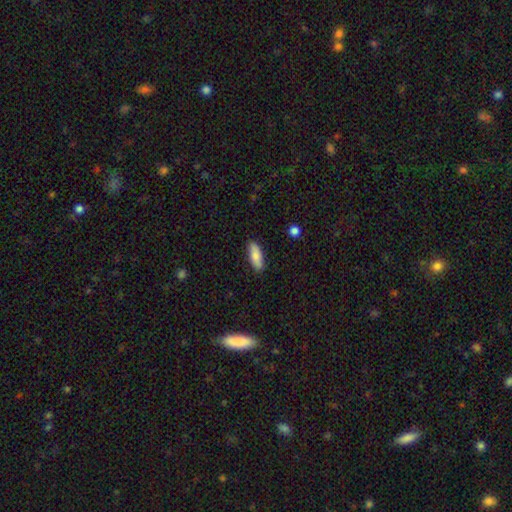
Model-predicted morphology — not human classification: A smooth galaxy with no disk features (81%) that is in between round and cigar-shaped (68%).

Vote fractions:
- Smooth or featured? smooth: 81% / featured or disk: 12% / star or artifact: 6%
- How rounded? in between: 68% / cigar-shaped: 30% / round: 2%
- Merging? none: 87% / minor disturbance: 10% / major disturbance: 2% / merger: 1%